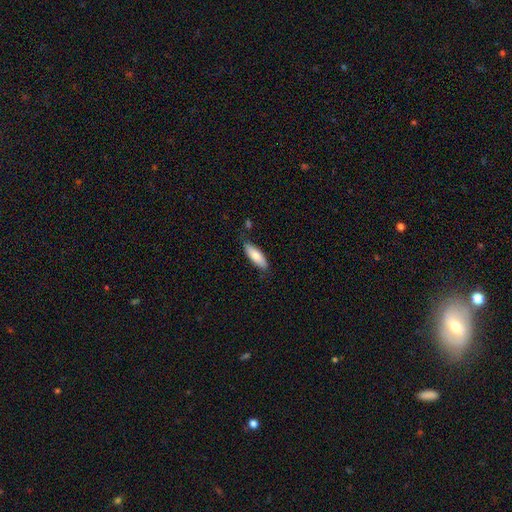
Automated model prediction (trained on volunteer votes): Smooth or featured: smooth — 80% (featured or disk — 14%)
How rounded: in between — 60% (cigar-shaped — 38%)
Merging: none — 78% (minor disturbance — 17%)